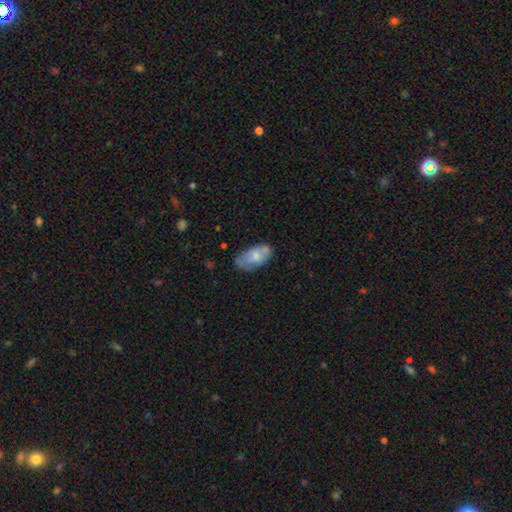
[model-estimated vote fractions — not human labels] Smooth or featured? Predicted: smooth (p=0.65). How rounded? Predicted: in between (p=0.93). Merging? Predicted: none (p=0.58).